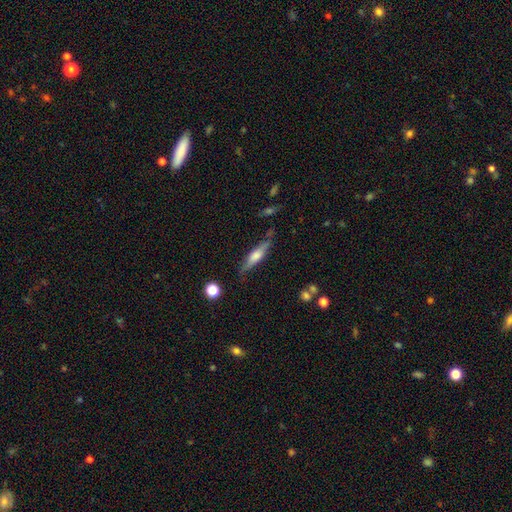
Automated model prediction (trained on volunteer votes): This appears to be a featured or disk galaxy (52%) viewed edge-on (92%). Merging: none (78%).